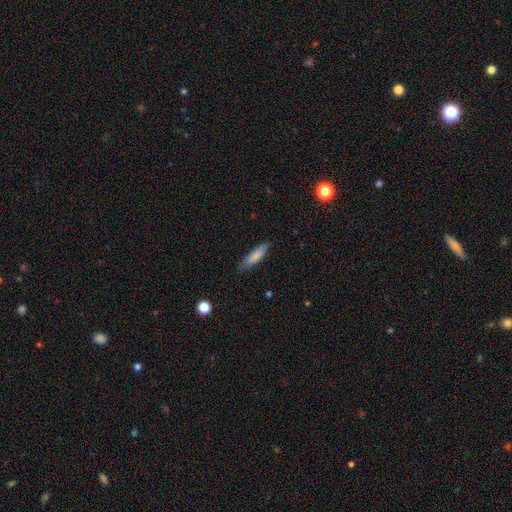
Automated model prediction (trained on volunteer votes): Q: Smooth or featured?
A: smooth (79%); runner-up: featured or disk (15%)
Q: How rounded?
A: cigar-shaped (65%); runner-up: in between (34%)
Q: Merging?
A: none (81%); runner-up: minor disturbance (15%)